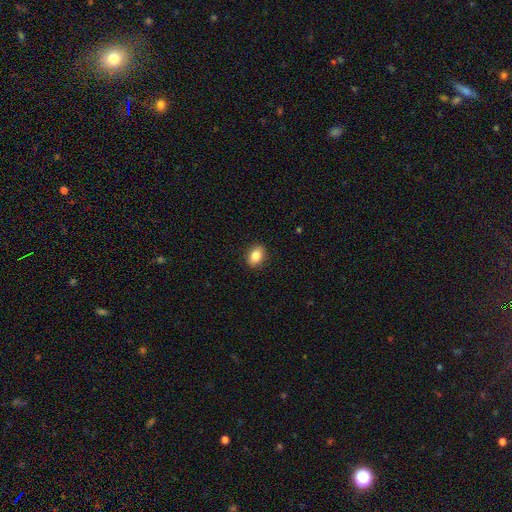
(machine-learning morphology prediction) Smooth or featured? smooth (85%)
How rounded? in between (75%)
Merging? none (90%)